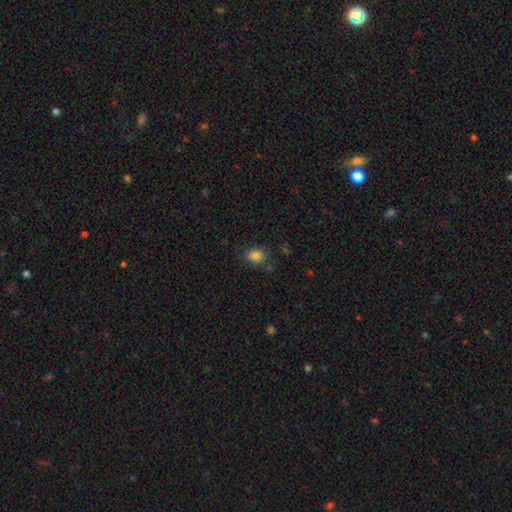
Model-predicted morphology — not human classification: type=smooth (83%); roundness=in between (57%); merging=none (76%).